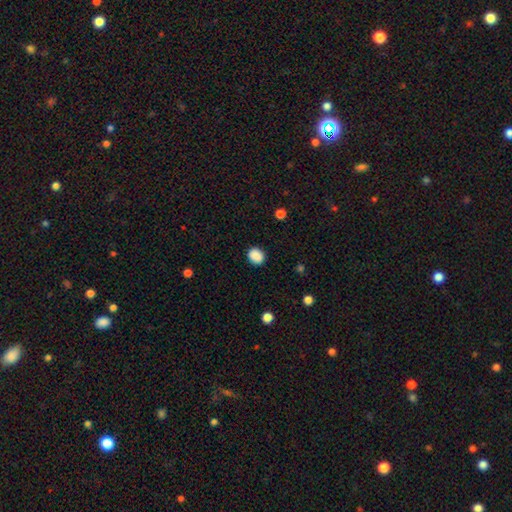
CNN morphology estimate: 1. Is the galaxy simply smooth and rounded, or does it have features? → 89% smooth, 8% star or artifact, 3% featured or disk.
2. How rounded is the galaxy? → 64% round, 35% in between, 1% cigar-shaped.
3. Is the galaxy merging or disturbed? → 87% none, 9% minor disturbance, 3% major disturbance, 1% merger.